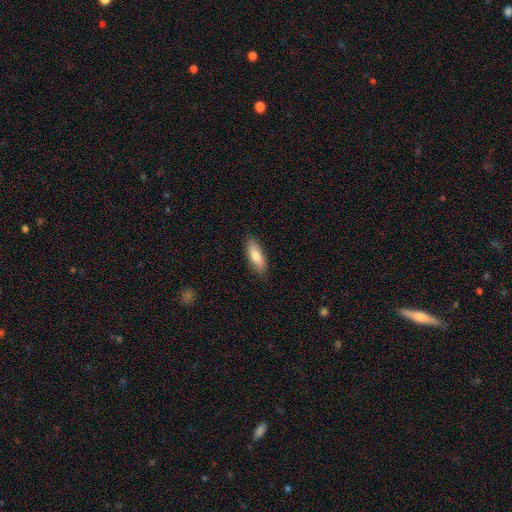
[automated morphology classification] type=smooth (81%); roundness=in between (60%); merging=none (87%).